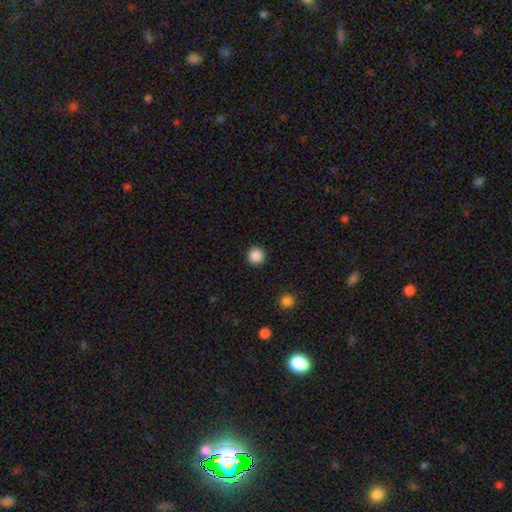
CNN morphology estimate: smooth 87%, star or artifact 10%, featured or disk 3%. Down the decision tree: how rounded — round (96%); merging — none (92%).